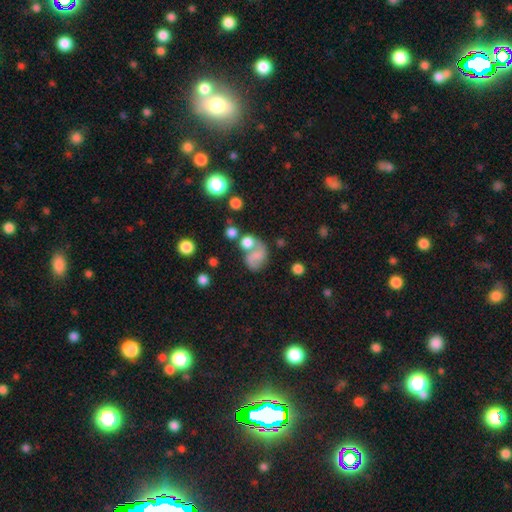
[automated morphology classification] This is possibly a featured or disk galaxy (49%). Merging: marginally none (41%).